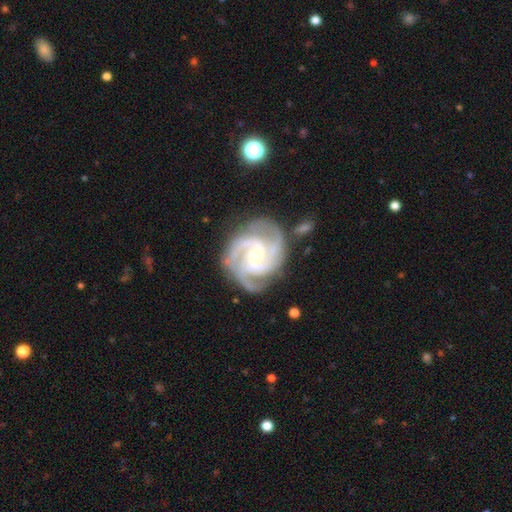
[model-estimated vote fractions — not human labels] Smooth or featured: featured or disk — 93% (star or artifact — 4%)
Edge-on disk: no — 98% (yes — 2%)
Bar: weak — 45% (no — 37%)
Spiral arms: yes — 99% (no — 1%)
Spiral winding: tight — 51% (medium — 44%)
Spiral arm count: 3 — 57% (4 — 15%)
Bulge size: moderate — 50% (small — 47%)
Merging: none — 76% (minor disturbance — 16%)